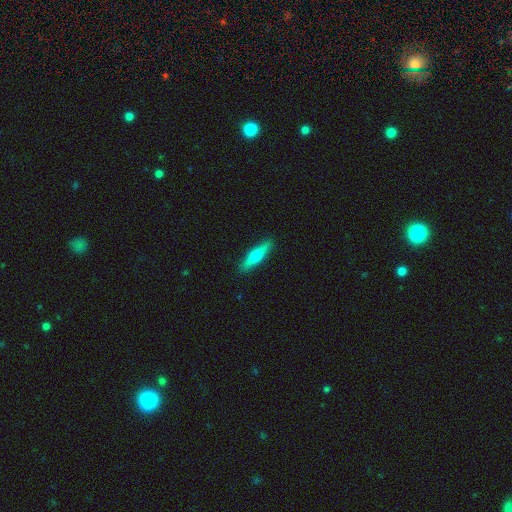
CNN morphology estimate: Overall: smooth (55%; featured or disk 39%). How rounded: cigar-shaped (80%). Merging: none (90%).